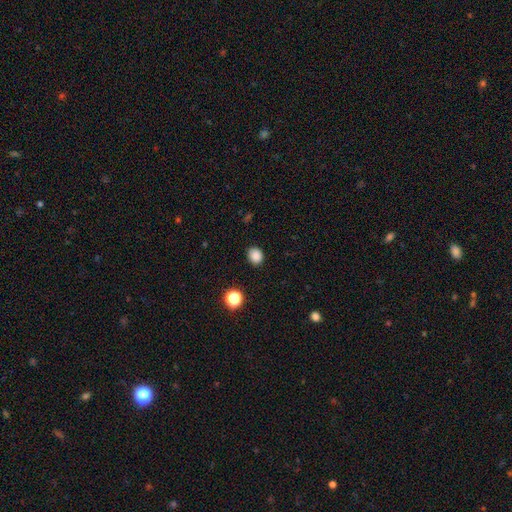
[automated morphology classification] This is clearly a smooth galaxy (85%). How rounded: likely round (65%). Merging: clearly none (88%).